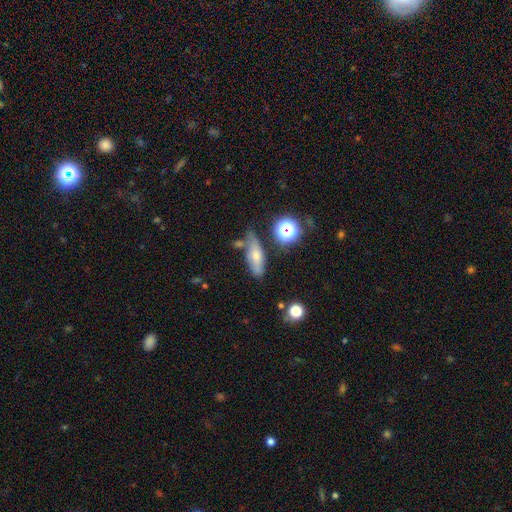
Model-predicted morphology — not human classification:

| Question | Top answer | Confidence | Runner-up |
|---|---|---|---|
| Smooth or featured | smooth | 43% | featured or disk (40%) |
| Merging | none | 56% | minor disturbance (25%) |